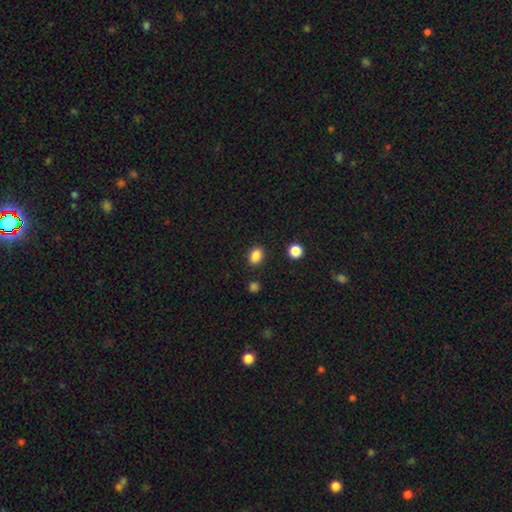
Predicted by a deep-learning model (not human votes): This appears to be a smooth galaxy with no disk features (86%) that is in between round and cigar-shaped (71%). Merging: none (87%).